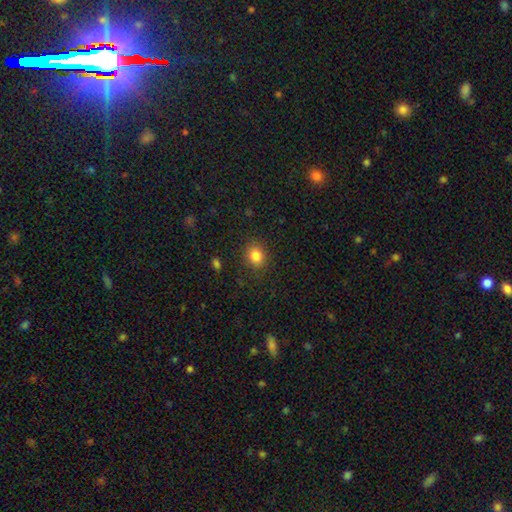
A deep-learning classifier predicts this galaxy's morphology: smooth 84%, star or artifact 11%, featured or disk 5%. Down the decision tree: how rounded — round (65%); merging — none (87%).